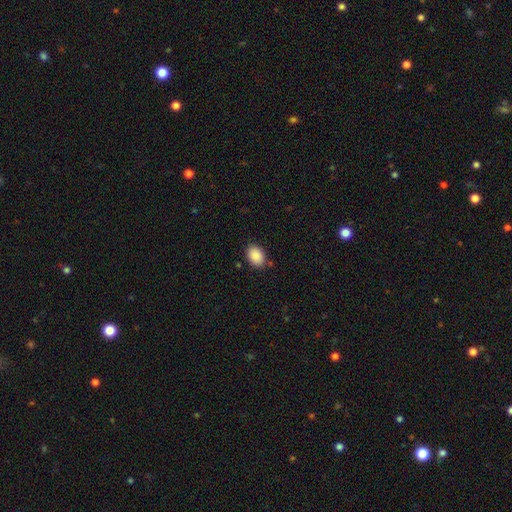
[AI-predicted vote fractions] A smooth galaxy with no disk features (90%) that is in between round and cigar-shaped (79%).

Vote fractions:
- Smooth or featured? smooth: 90% / star or artifact: 7% / featured or disk: 3%
- How rounded? in between: 79% / round: 20% / cigar-shaped: 1%
- Merging? none: 84% / minor disturbance: 11% / major disturbance: 3% / merger: 2%